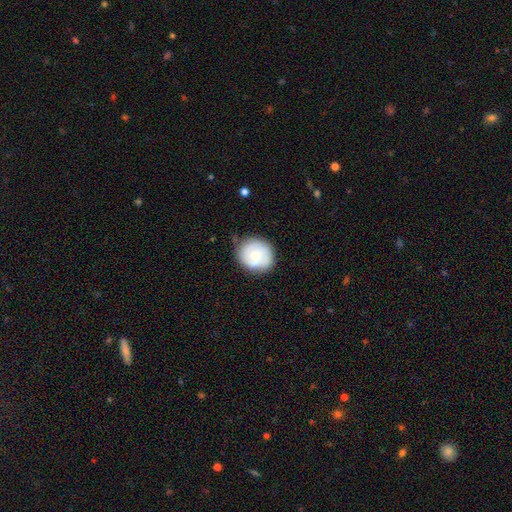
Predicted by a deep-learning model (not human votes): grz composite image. It shows a smooth galaxy with no disk features (57%) that is round (85%). Merging: none (75%).